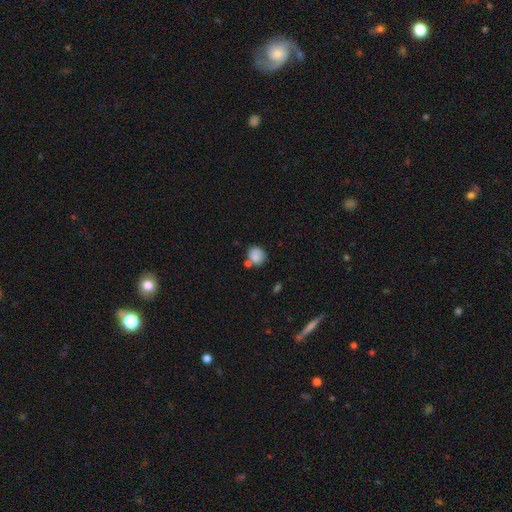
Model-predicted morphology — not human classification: A smooth galaxy with no disk features (84%) that is round (75%).

Vote fractions:
- Smooth or featured? smooth: 84% / star or artifact: 9% / featured or disk: 7%
- How rounded? round: 75% / in between: 24% / cigar-shaped: 1%
- Merging? none: 56% / merger: 23% / minor disturbance: 17% / major disturbance: 5%